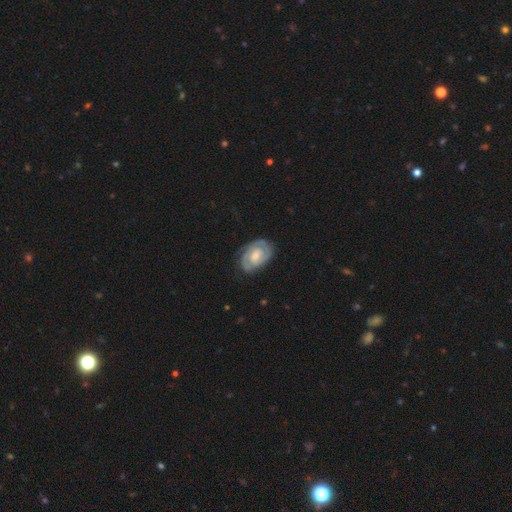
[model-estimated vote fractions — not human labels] A featured or disk galaxy (82%) with no bar (55%), 2 (72%) tight (67%) spiral arms (94%) and a moderate central bulge (51%). Merging: none (78%).